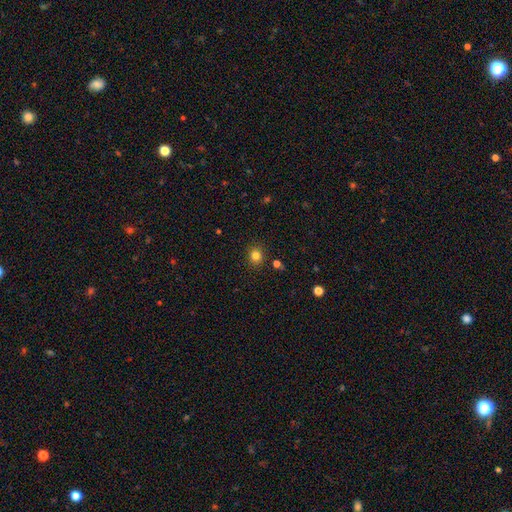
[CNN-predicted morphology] This is clearly a smooth galaxy (81%). How rounded: likely round (78%). Merging: clearly none (88%).